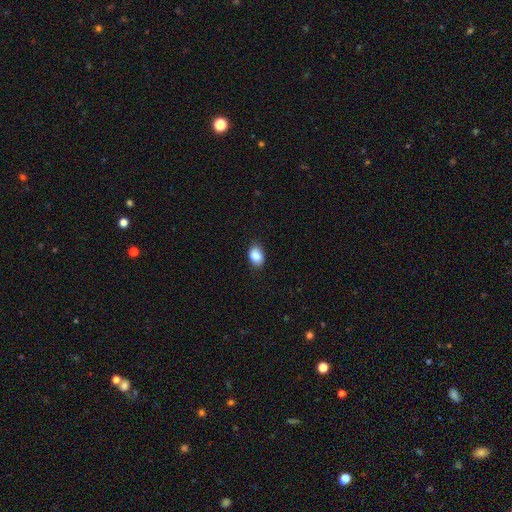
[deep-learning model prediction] The model was most divided on "how rounded": in between: 80%, round: 18%, cigar-shaped: 1%. More confident: smooth or featured — smooth (88%); merging — none (86%).